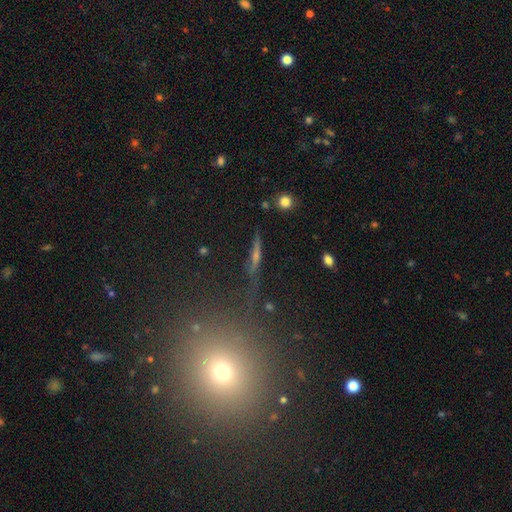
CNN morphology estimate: Smooth or featured? star or artifact (44%)